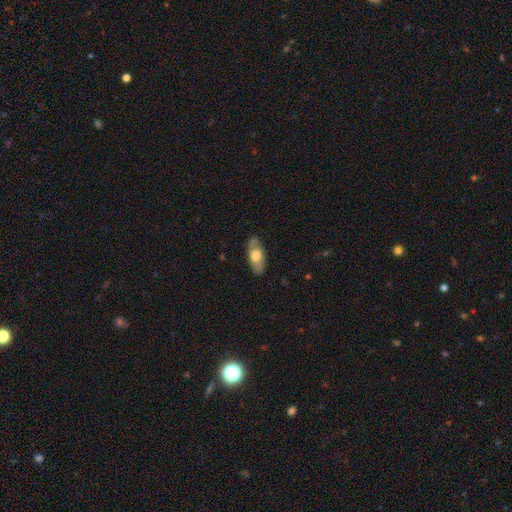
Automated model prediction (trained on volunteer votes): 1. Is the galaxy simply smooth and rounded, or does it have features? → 55% smooth, 39% featured or disk, 6% star or artifact.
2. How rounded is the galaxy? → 84% in between, 13% cigar-shaped, 3% round.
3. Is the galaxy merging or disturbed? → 80% none, 15% minor disturbance, 3% major disturbance, 1% merger.